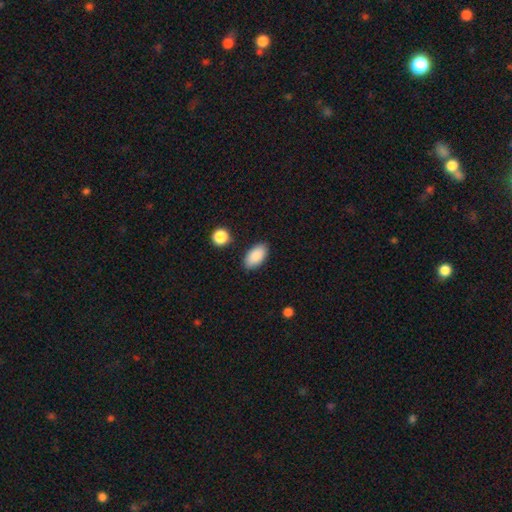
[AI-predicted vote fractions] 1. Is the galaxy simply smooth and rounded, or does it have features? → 89% smooth, 6% star or artifact, 4% featured or disk.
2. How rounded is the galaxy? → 94% in between, 3% round, 3% cigar-shaped.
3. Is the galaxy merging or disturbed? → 87% none, 9% minor disturbance, 2% major disturbance, 2% merger.